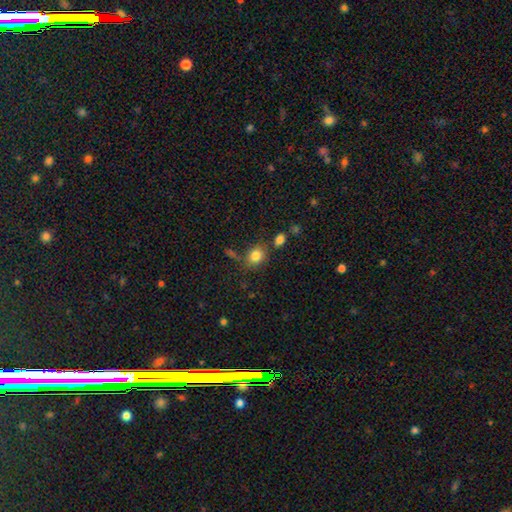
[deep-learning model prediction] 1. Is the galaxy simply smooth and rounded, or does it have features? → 82% smooth, 10% star or artifact, 8% featured or disk.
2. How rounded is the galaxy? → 54% in between, 45% round, 1% cigar-shaped.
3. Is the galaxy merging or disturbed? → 70% none, 15% minor disturbance, 10% merger, 5% major disturbance.